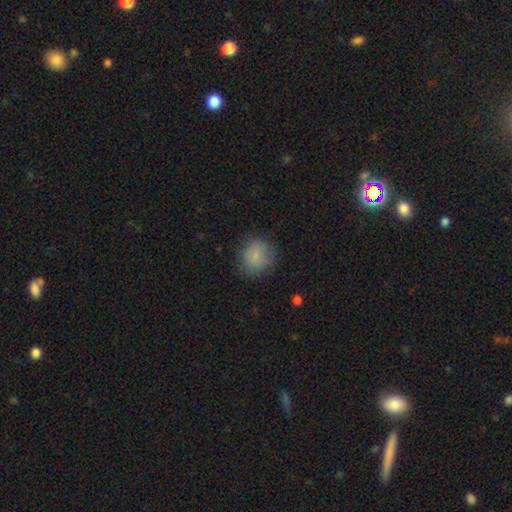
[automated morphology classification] This appears to be a smooth galaxy with no disk features (81%) that is round (82%). Merging: none (77%).